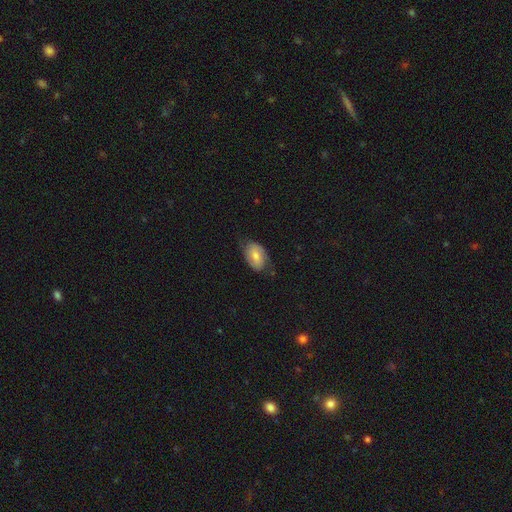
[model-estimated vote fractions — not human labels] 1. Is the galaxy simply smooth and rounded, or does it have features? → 53% smooth, 40% featured or disk, 7% star or artifact.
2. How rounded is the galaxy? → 89% in between, 9% round, 2% cigar-shaped.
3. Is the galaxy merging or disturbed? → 61% none, 28% minor disturbance, 10% major disturbance, 1% merger.